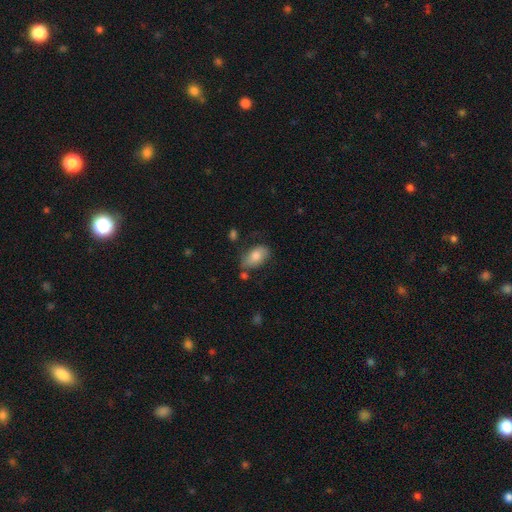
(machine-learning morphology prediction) The model was most divided on "merging": none: 62%, minor disturbance: 25%, major disturbance: 7%, merger: 6%. More confident: how rounded — in between (92%); smooth or featured — smooth (75%).